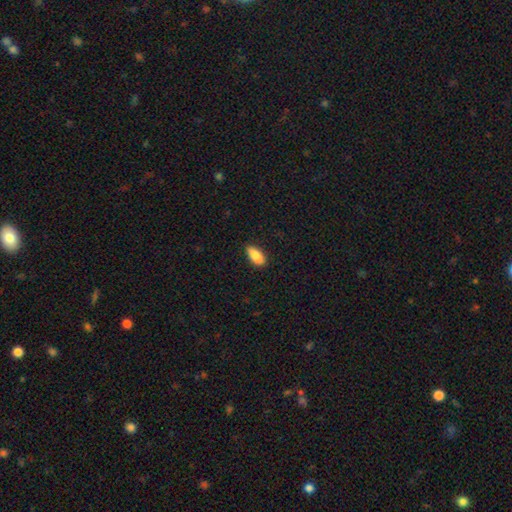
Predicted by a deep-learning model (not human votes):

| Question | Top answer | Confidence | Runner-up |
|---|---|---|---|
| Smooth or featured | smooth | 87% | star or artifact (7%) |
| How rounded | in between | 85% | cigar-shaped (12%) |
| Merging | none | 84% | minor disturbance (13%) |